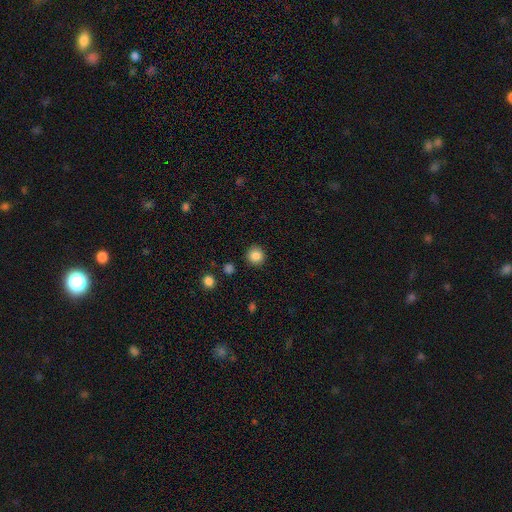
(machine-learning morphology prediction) Q: Smooth or featured?
A: smooth (85%); runner-up: star or artifact (11%)
Q: How rounded?
A: round (94%); runner-up: in between (5%)
Q: Merging?
A: none (91%); runner-up: minor disturbance (5%)